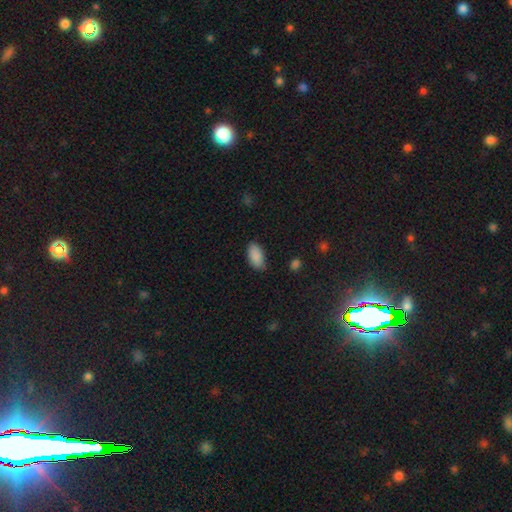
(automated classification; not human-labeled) Overall: smooth (89%). How rounded: in between (94%). Merging: none (79%).